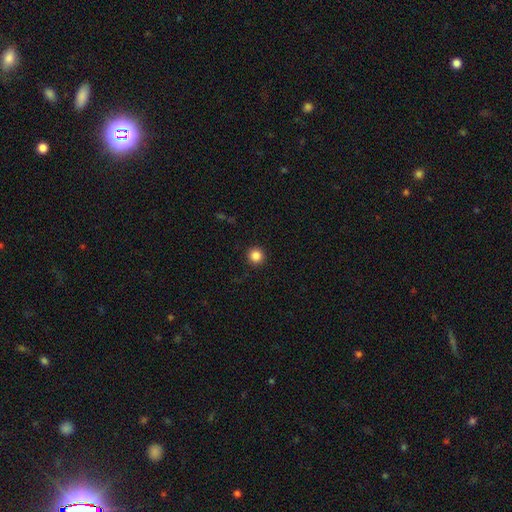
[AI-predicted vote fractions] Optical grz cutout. It shows a smooth galaxy with no disk features (86%) that is round (95%). Merging: none (92%).